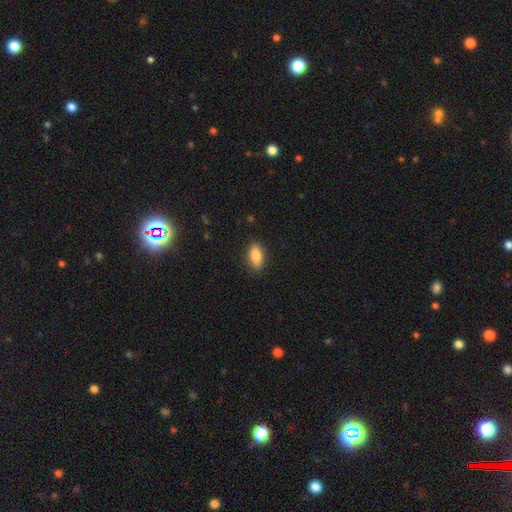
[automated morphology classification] type=smooth (83%); roundness=in between (82%); merging=none (87%).